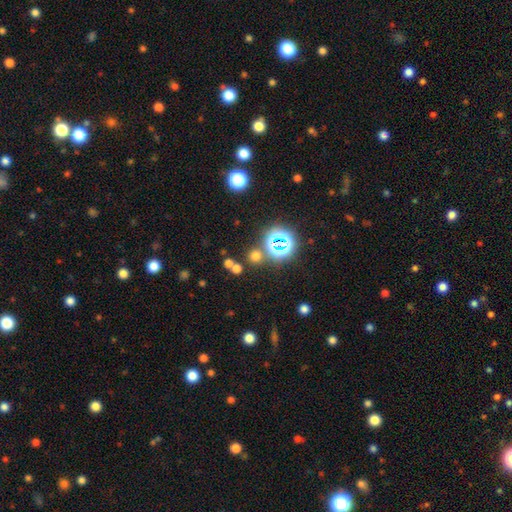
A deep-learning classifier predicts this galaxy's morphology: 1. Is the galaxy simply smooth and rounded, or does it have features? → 54% smooth, 39% star or artifact, 7% featured or disk.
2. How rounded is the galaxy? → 88% round, 11% in between, 1% cigar-shaped.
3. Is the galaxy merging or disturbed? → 74% none, 15% merger, 7% minor disturbance, 4% major disturbance.